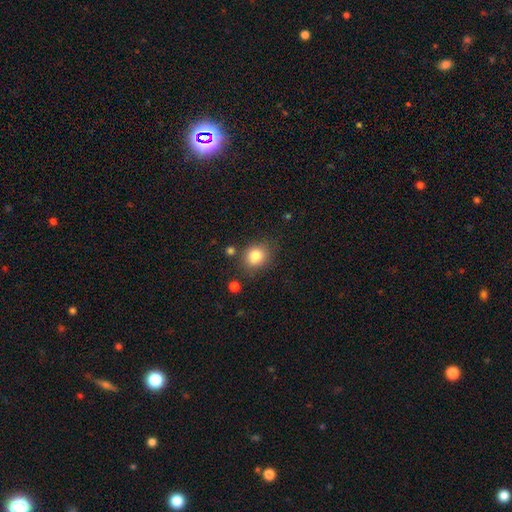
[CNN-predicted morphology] Overall: smooth (83%). How rounded: round (70%). Merging: none (77%).